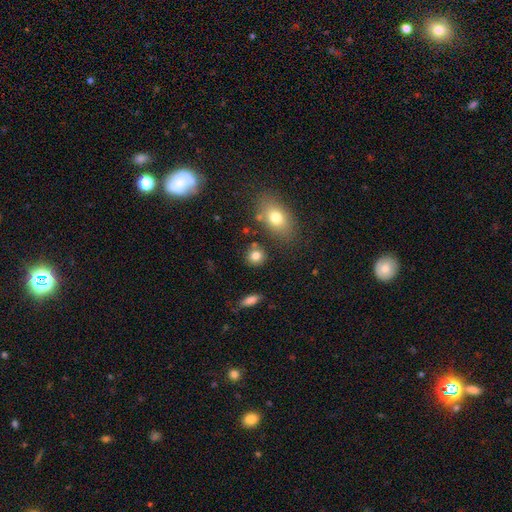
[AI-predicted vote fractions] This is clearly a smooth galaxy (81%). How rounded: clearly round (82%). Merging: clearly none (81%).